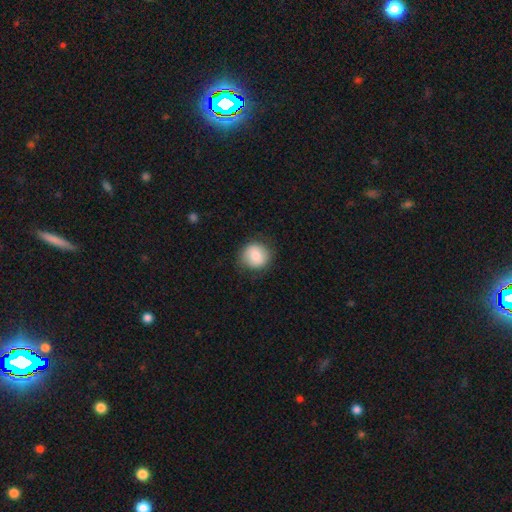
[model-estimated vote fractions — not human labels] This is likely a smooth galaxy (77%). How rounded: clearly round (89%). Merging: clearly none (83%).